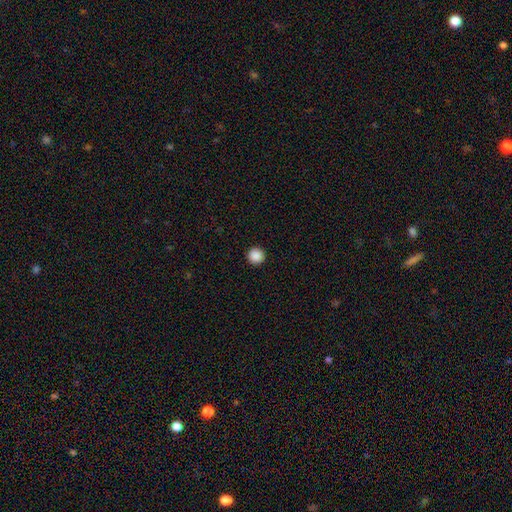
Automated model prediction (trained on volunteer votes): A smooth galaxy with no disk features (88%) that is round (96%). Merging: none (94%).